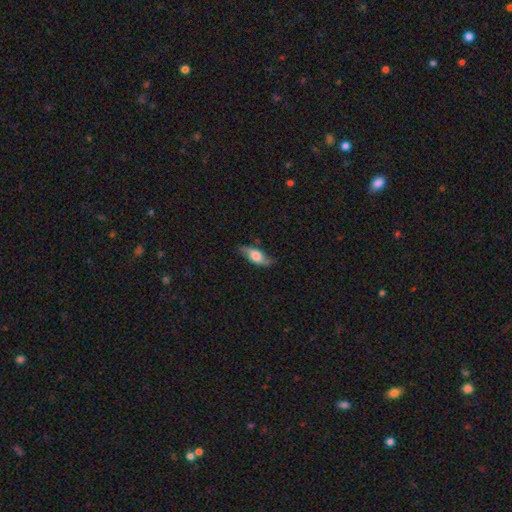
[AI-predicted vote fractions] Smooth or featured? featured or disk (51%)
Edge-on disk? no (64%)
Merging? none (74%)